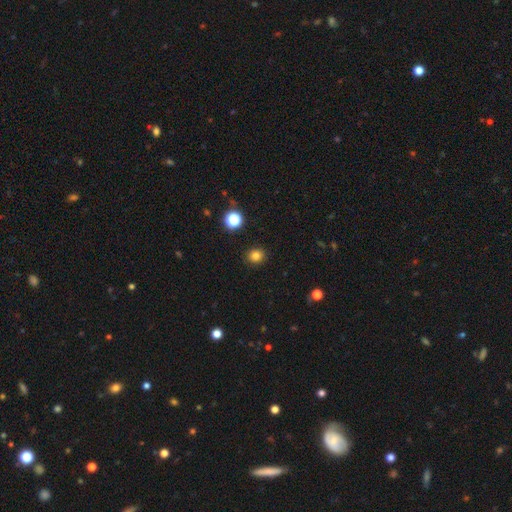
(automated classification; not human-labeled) smooth_or_featured: smooth (p=0.81) [alt: star or artifact p=0.14]
how_rounded: round (p=0.78) [alt: in between p=0.21]
merging: none (p=0.90) [alt: minor disturbance p=0.06]